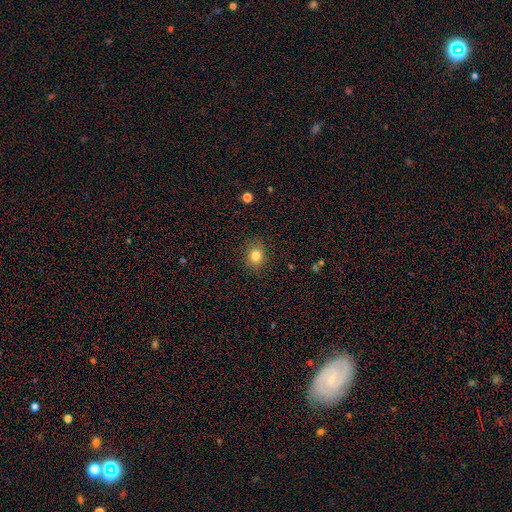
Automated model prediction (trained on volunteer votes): Overall: smooth (82%). How rounded: round (68%; in between 31%). Merging: none (86%).